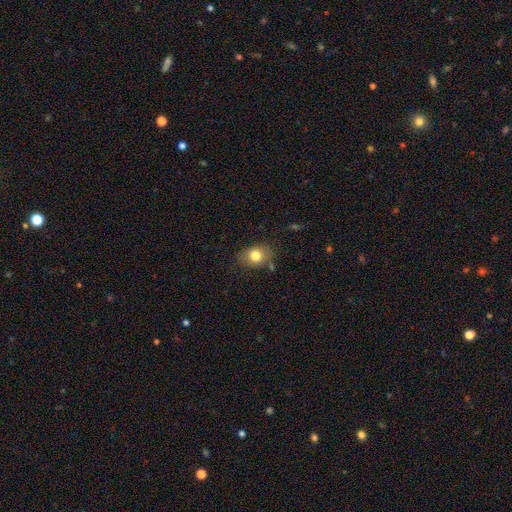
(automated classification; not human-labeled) Smooth or featured? Predicted: smooth (p=0.79). How rounded? Predicted: in between (p=0.62). Merging? Predicted: none (p=0.78).